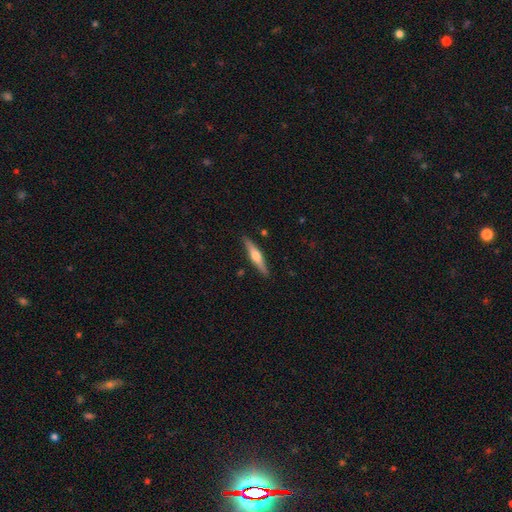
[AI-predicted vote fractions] This appears to be a featured or disk galaxy (57%) viewed edge-on (96%) with a rounded central bulge (89%). Merging: none (89%).